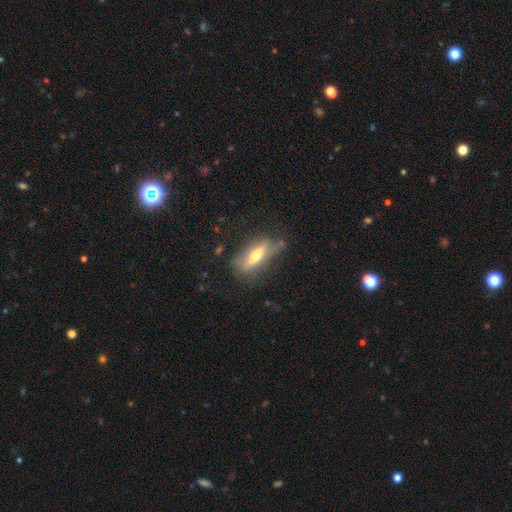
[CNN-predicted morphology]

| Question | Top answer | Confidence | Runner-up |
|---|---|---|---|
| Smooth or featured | featured or disk | 48% | smooth (45%) |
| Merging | none | 63% | minor disturbance (24%) |